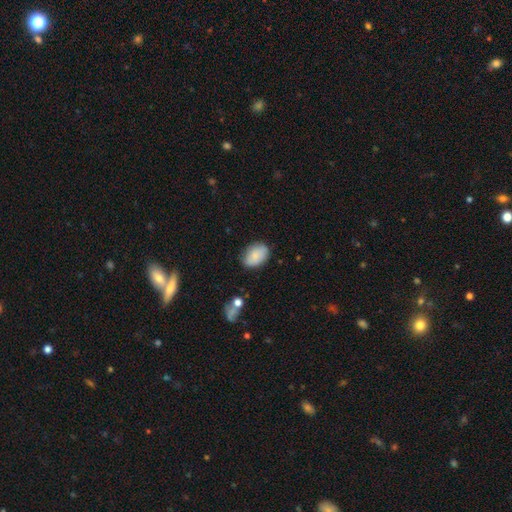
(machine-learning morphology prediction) smooth_or_featured: smooth (p=0.83) [alt: featured or disk p=0.10]
how_rounded: in between (p=0.85) [alt: round p=0.14]
merging: none (p=0.77) [alt: minor disturbance p=0.18]